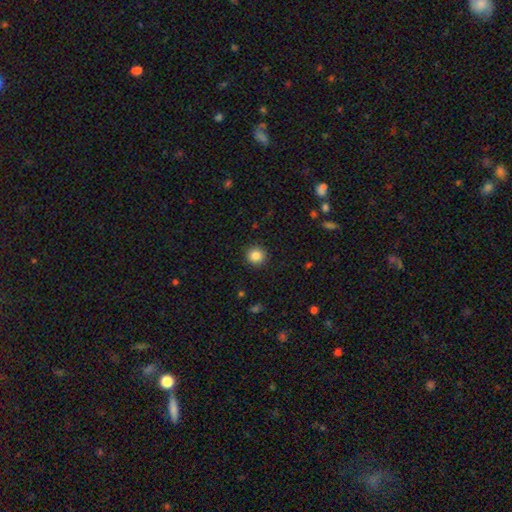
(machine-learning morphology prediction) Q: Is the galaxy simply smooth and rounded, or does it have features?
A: smooth — 86%.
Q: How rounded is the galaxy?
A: round — 93%.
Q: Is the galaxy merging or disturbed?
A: none — 91%.